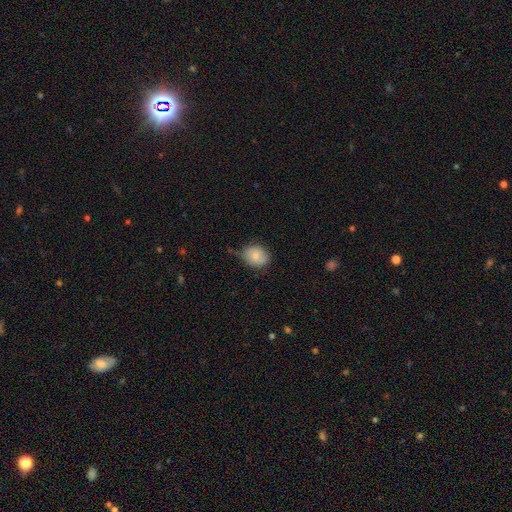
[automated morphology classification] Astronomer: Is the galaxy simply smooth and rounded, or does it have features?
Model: smooth — 73%.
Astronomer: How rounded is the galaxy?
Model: round — 57% (runner-up: in between, 42%).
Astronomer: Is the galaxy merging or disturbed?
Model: none — 55% (runner-up: minor disturbance, 35%).